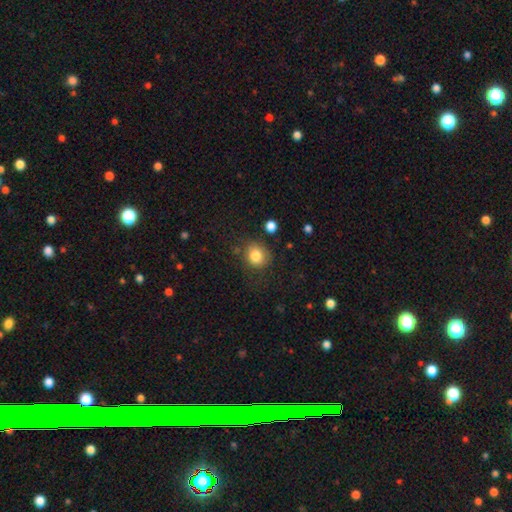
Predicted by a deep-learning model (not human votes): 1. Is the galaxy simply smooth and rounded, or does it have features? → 82% smooth, 11% star or artifact, 7% featured or disk.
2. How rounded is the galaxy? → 75% round, 24% in between, 1% cigar-shaped.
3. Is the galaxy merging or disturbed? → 77% none, 15% minor disturbance, 5% major disturbance, 3% merger.